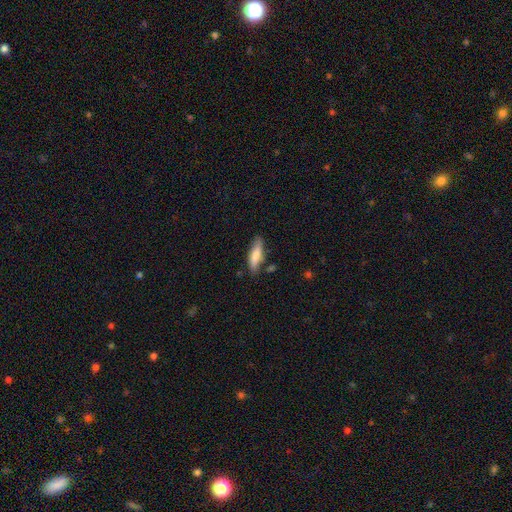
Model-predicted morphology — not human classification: smooth-or-featured: smooth: 77% | featured or disk: 17% | star or artifact: 6%
  how-rounded: cigar-shaped: 57% | in between: 41% | round: 2%
  merging: none: 73% | minor disturbance: 18% | merger: 5% | major disturbance: 4%